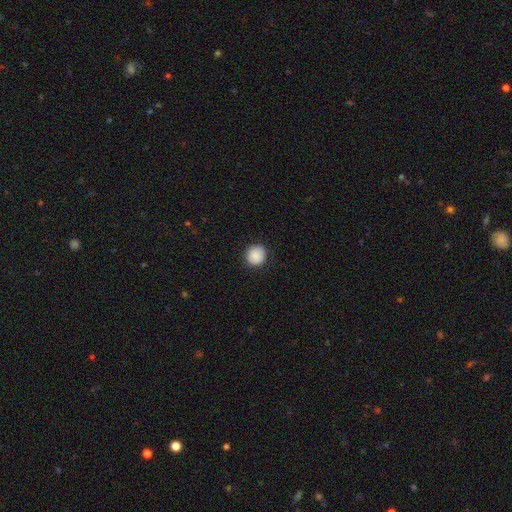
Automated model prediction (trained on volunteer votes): Overall: smooth (89%). How rounded: round (91%). Merging: none (87%).